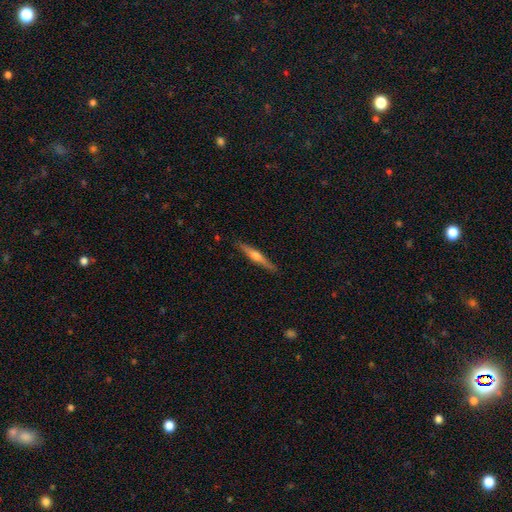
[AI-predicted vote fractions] This appears to be a featured or disk galaxy (62%) viewed edge-on (97%) with a rounded central bulge (84%). Merging: none (89%).